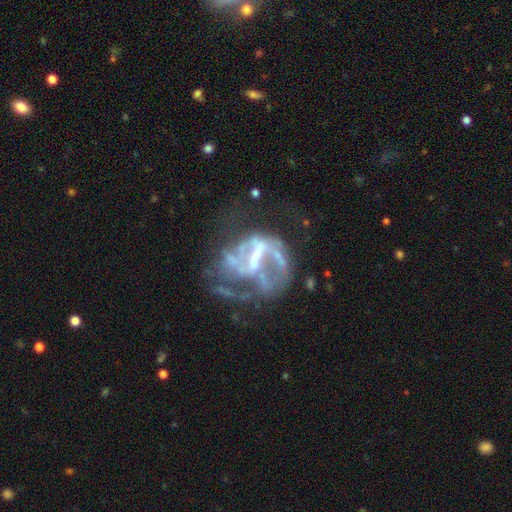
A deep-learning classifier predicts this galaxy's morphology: The model was most divided on "bar": strong: 42%, weak: 33%, no: 25%. Remaining: edge-on disk — no (97%); smooth or featured — featured or disk (80%); spiral arms — yes (56%); merging — major disturbance (42%); bulge size — none (42%).